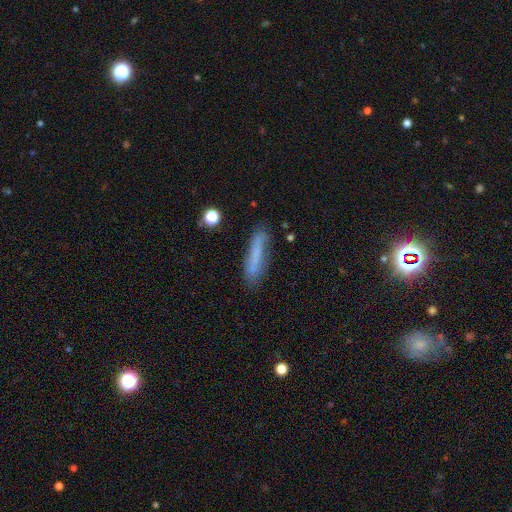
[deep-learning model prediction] Smooth or featured: smooth — 62% (featured or disk — 28%)
How rounded: cigar-shaped — 82% (in between — 16%)
Merging: none — 74% (minor disturbance — 18%)